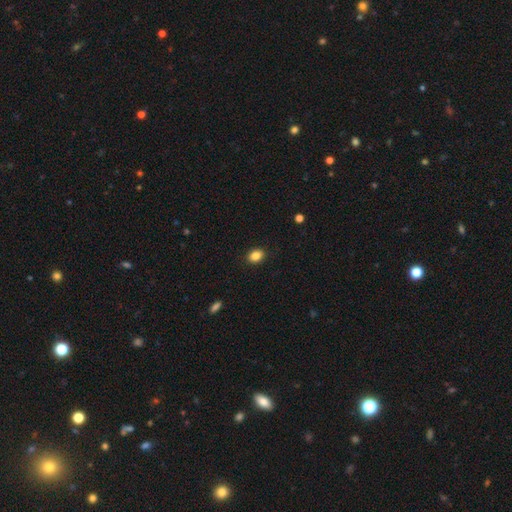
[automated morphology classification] smooth_or_featured: smooth (p=0.86) [alt: star or artifact p=0.09]
how_rounded: in between (p=0.65) [alt: round p=0.34]
merging: none (p=0.89) [alt: minor disturbance p=0.08]